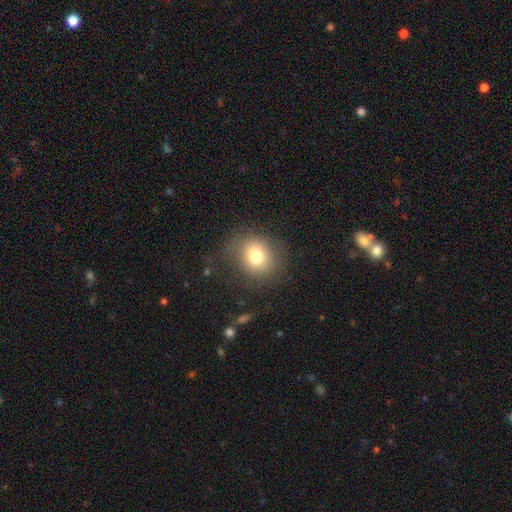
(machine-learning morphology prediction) Smooth or featured?
  - smooth: 77% *
  - star or artifact: 12%
  - featured or disk: 11%
How rounded?
  - round: 70% *
  - in between: 29%
  - cigar-shaped: 1%
Merging?
  - none: 74% *
  - minor disturbance: 15%
  - major disturbance: 9%
  - merger: 2%